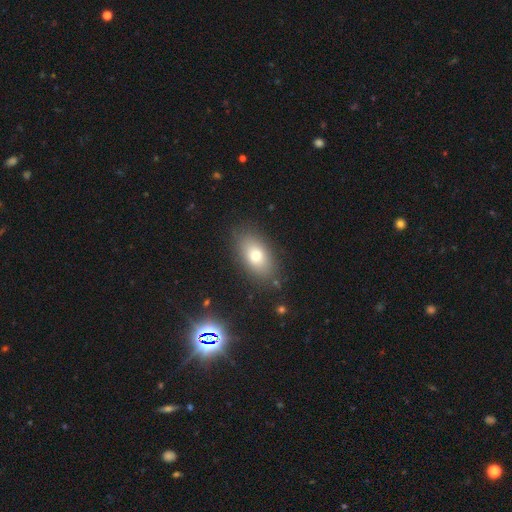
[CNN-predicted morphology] Overall: smooth (73%). How rounded: in between (88%). Merging: none (84%).